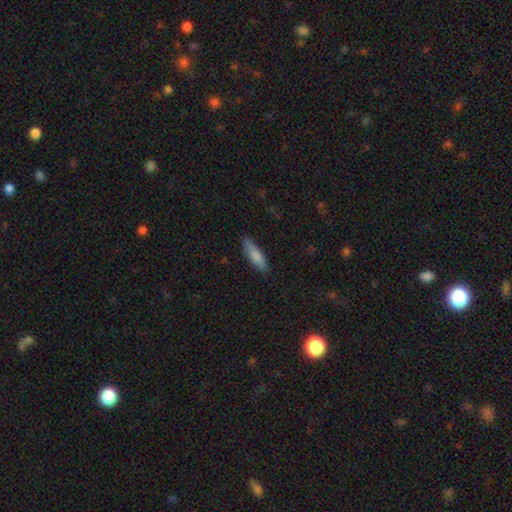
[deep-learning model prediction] The model was most divided on "how rounded": cigar-shaped: 61%, in between: 38%, round: 2%. More confident: merging — none (83%); smooth or featured — smooth (83%).